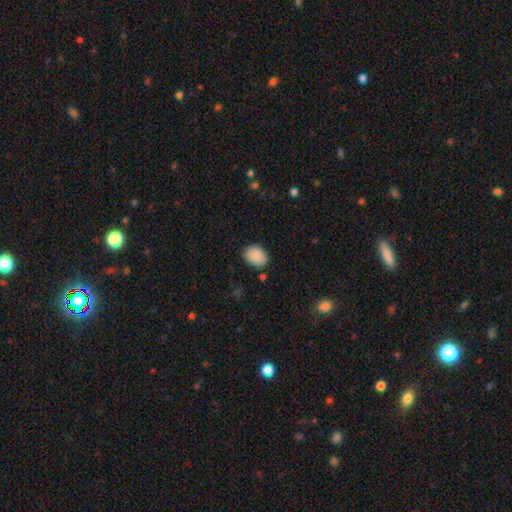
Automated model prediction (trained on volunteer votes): Smooth or featured? Predicted: smooth (p=0.89). How rounded? Predicted: in between (p=0.65). Merging? Predicted: none (p=0.81).